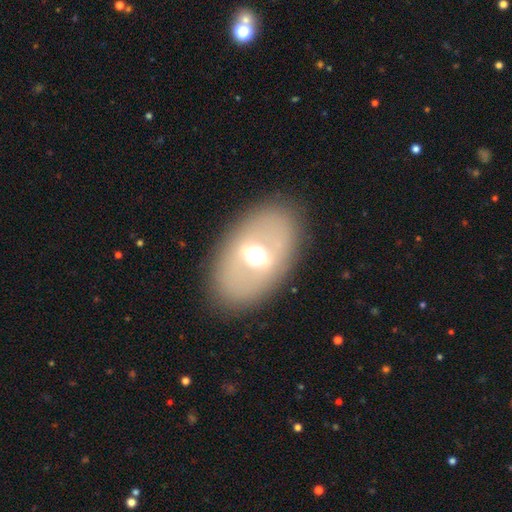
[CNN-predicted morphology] Smooth or featured: featured or disk — 48% (smooth — 41%)
Merging: none — 82% (minor disturbance — 10%)